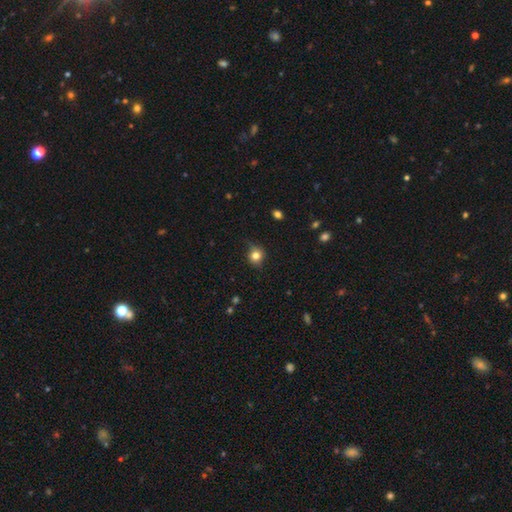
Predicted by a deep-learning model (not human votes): This is likely a smooth galaxy (79%). How rounded: clearly round (86%). Merging: likely none (69%).